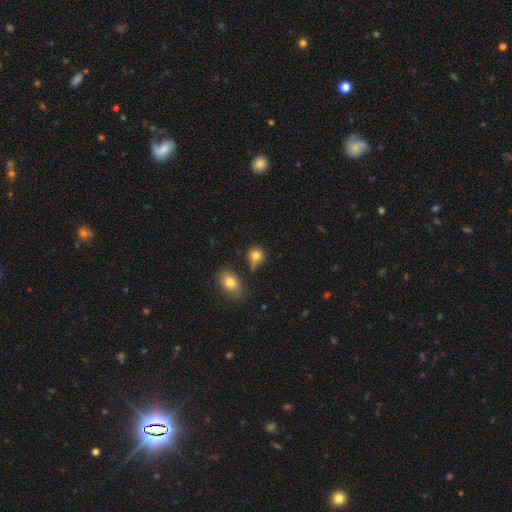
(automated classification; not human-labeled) smooth-or-featured: smooth: 80% | star or artifact: 11% | featured or disk: 9%
  how-rounded: round: 72% | in between: 26% | cigar-shaped: 2%
  merging: none: 56% | minor disturbance: 24% | merger: 11% | major disturbance: 9%